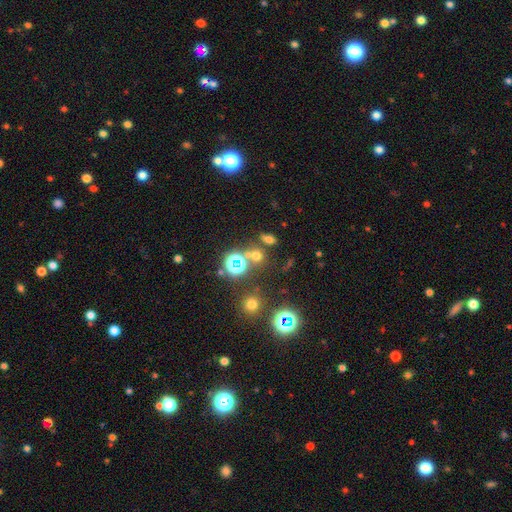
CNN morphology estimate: Overall: smooth (53%; star or artifact 37%). How rounded: round (70%). Merging: none (70%).